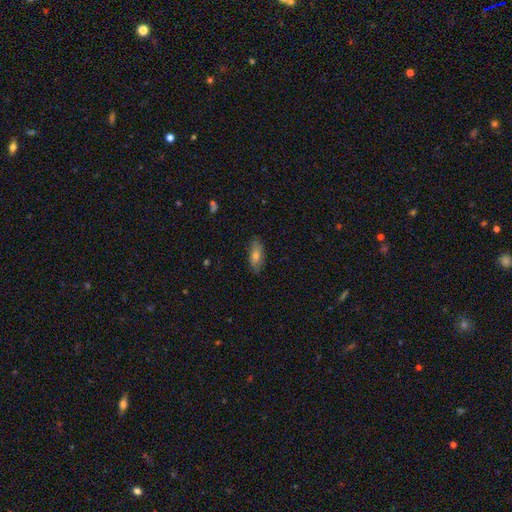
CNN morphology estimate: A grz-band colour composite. It shows a smooth galaxy with no disk features (66%) that is in between round and cigar-shaped (75%). Merging: none (82%).